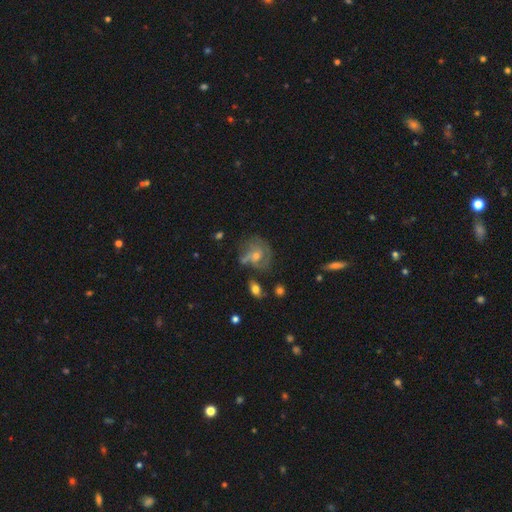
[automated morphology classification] smooth-or-featured: featured or disk: 65% | smooth: 26% | star or artifact: 9%
  disk-edge-on: no: 97% | yes: 3%
    bar: no: 67% | weak: 28% | strong: 5%
    has-spiral-arms: yes: 78% | no: 22%
    bulge-size: small: 49% | moderate: 45% | none: 3% | large: 2% | dominant: 1%
  merging: none: 48% | minor disturbance: 25% | major disturbance: 18% | merger: 9%